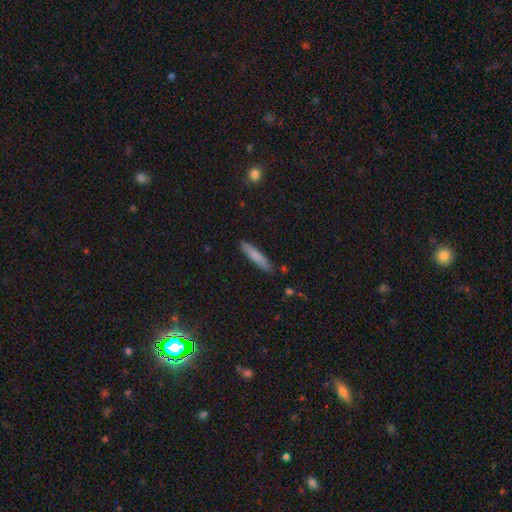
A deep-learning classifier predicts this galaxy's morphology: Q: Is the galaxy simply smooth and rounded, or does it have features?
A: smooth — 78%.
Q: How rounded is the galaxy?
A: cigar-shaped — 91%.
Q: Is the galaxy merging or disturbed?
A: none — 87%.